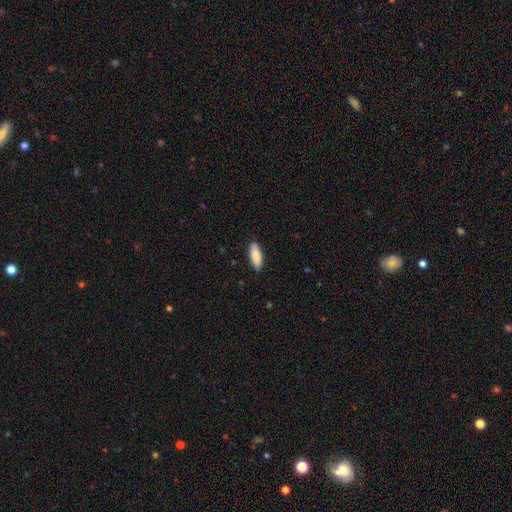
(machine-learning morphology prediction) This appears to be a smooth galaxy with no disk features (88%) that is in between round and cigar-shaped (70%). Merging: none (88%).